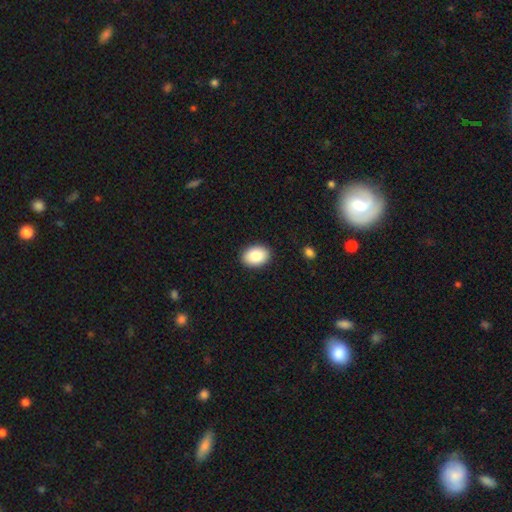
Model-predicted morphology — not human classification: This is clearly a smooth galaxy (85%). How rounded: likely in between (78%). Merging: clearly none (90%).